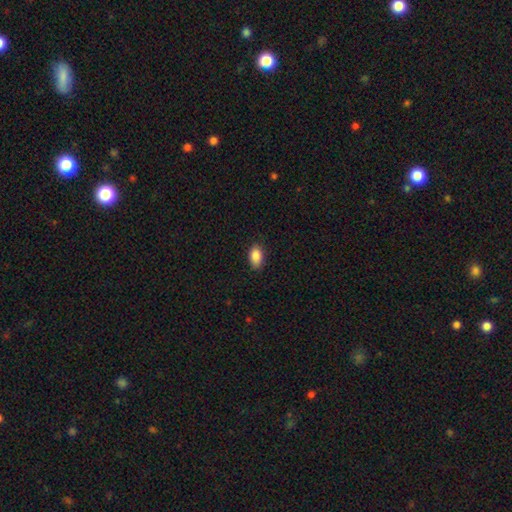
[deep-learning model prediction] This appears to be a smooth galaxy with no disk features (88%) that is in between round and cigar-shaped (91%). Merging: none (85%).